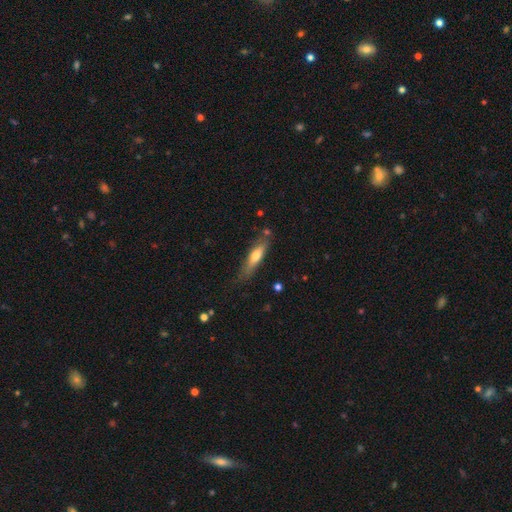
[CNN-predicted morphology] Smooth or featured? smooth (61%)
How rounded? cigar-shaped (72%)
Merging? none (69%)